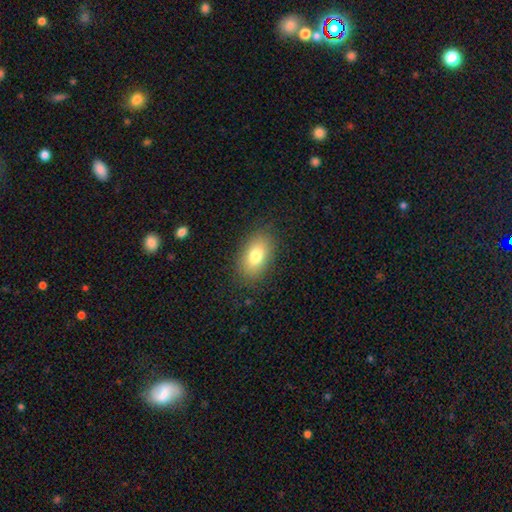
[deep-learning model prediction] A smooth galaxy with no disk features (79%) that is in between round and cigar-shaped (89%).

Vote fractions:
- Smooth or featured? smooth: 79% / featured or disk: 12% / star or artifact: 9%
- How rounded? in between: 89% / round: 9% / cigar-shaped: 2%
- Merging? none: 85% / minor disturbance: 10% / major disturbance: 4% / merger: 1%